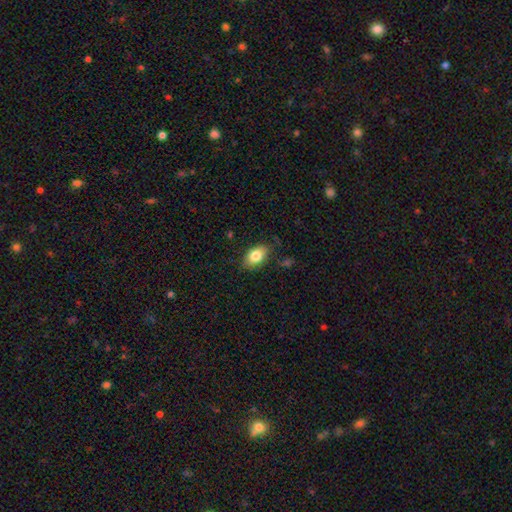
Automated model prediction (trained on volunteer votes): Morphology: type=smooth (81%); roundness=in between (88%); merging=none (80%).